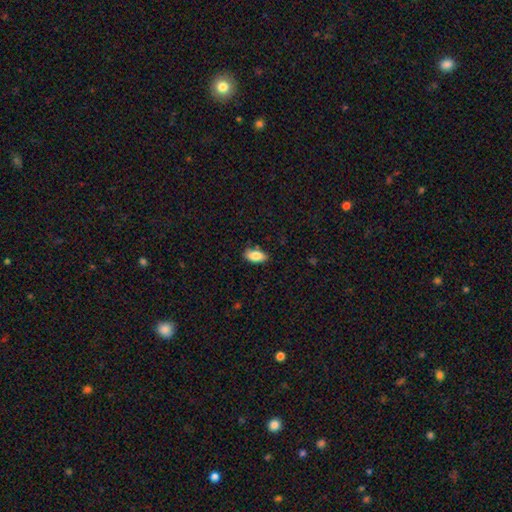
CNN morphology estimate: smooth-or-featured: smooth: 85% | featured or disk: 8% | star or artifact: 7%
  how-rounded: in between: 92% | cigar-shaped: 5% | round: 3%
  merging: none: 82% | minor disturbance: 14% | major disturbance: 2% | merger: 2%